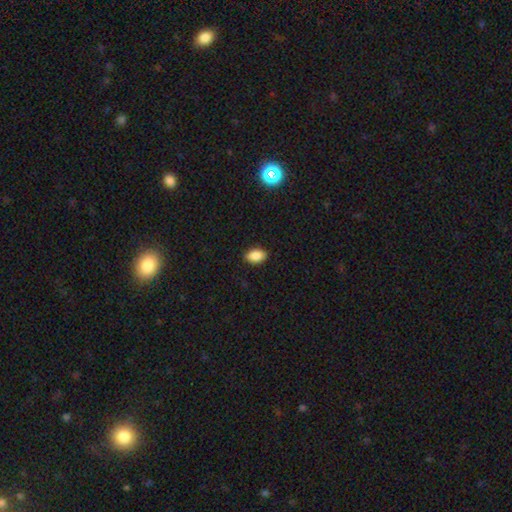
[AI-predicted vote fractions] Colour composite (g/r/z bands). It shows a smooth galaxy with no disk features (88%) that is in between round and cigar-shaped (88%). Merging: none (89%).